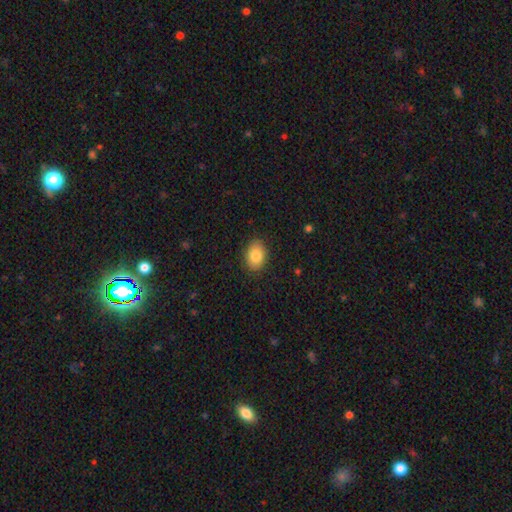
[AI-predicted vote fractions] Smooth or featured?
  - smooth: 84% *
  - featured or disk: 8%
  - star or artifact: 8%
How rounded?
  - in between: 74% *
  - round: 25%
  - cigar-shaped: 1%
Merging?
  - none: 86% *
  - minor disturbance: 11%
  - major disturbance: 2%
  - merger: 1%